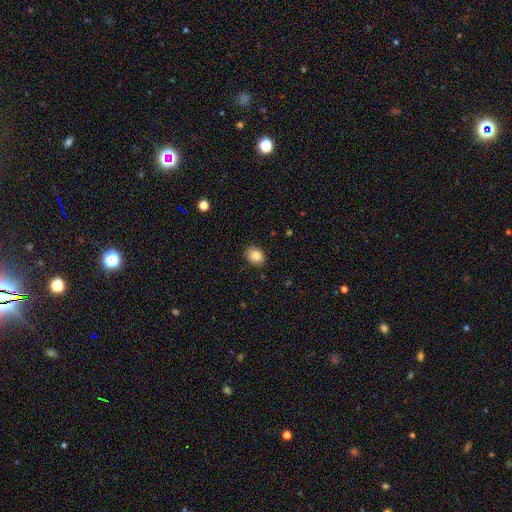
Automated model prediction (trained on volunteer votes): Smooth or featured?
  - smooth: 86% *
  - star or artifact: 9%
  - featured or disk: 5%
How rounded?
  - round: 51% *
  - in between: 48%
  - cigar-shaped: 1%
Merging?
  - none: 86% *
  - minor disturbance: 10%
  - major disturbance: 2%
  - merger: 1%